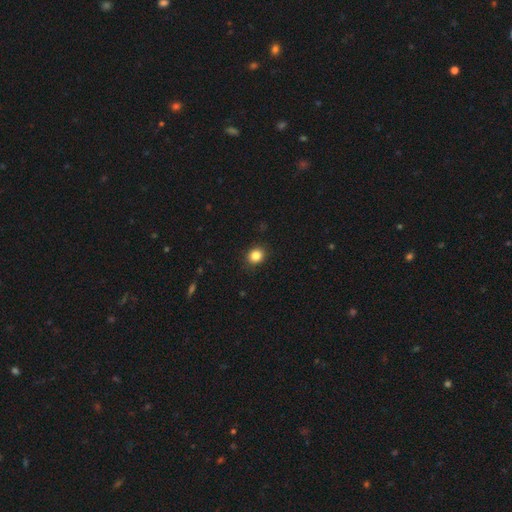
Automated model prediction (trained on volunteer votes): Overall: smooth (85%). How rounded: round (74%). Merging: none (90%).